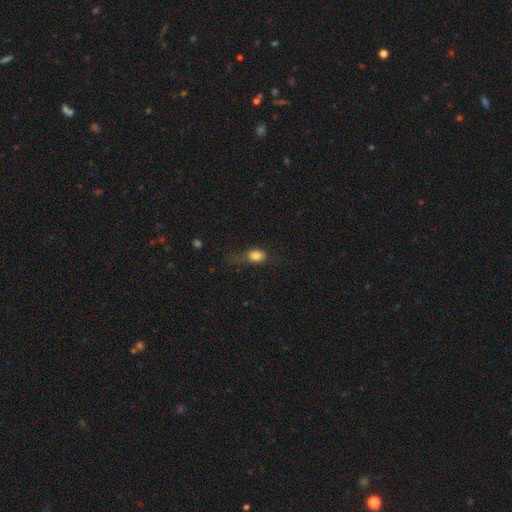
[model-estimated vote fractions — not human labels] The model was most divided on "merging": none: 44%, minor disturbance: 29%, major disturbance: 24%, merger: 3%. More confident: smooth or featured — smooth (82%); how rounded — in between (70%).